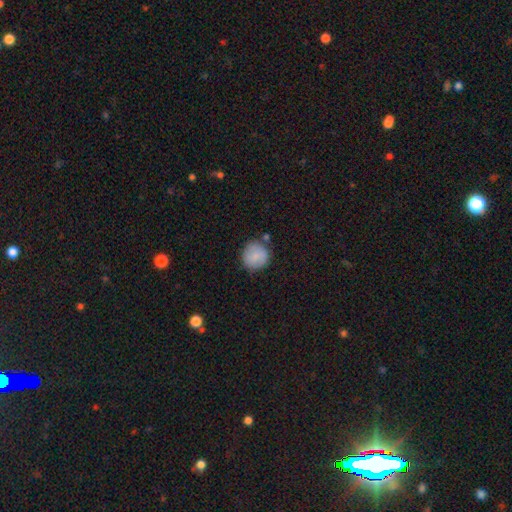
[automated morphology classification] This appears to be a smooth galaxy with no disk features (84%) that is round (92%). Merging: none (77%).